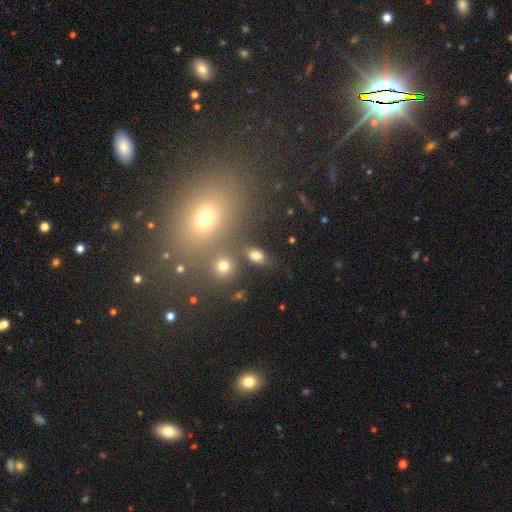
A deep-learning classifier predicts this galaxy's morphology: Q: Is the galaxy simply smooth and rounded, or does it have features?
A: smooth — 78%.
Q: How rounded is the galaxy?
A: in between — 81%.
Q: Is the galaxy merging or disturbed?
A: none — 78%.